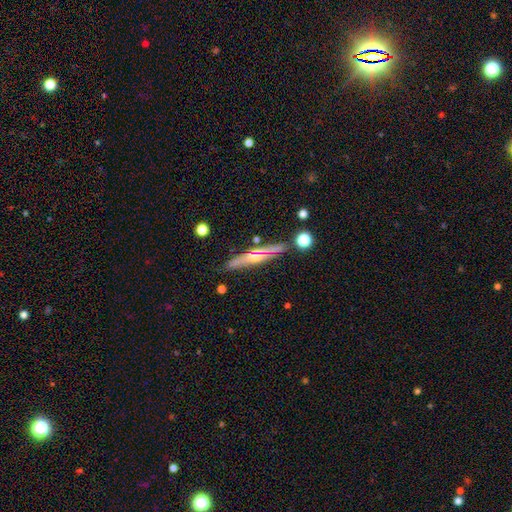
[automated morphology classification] Overall: featured or disk (49%; smooth 40%). Merging: none (84%).